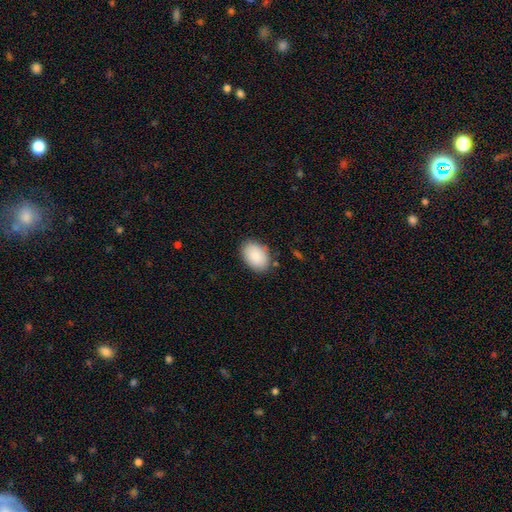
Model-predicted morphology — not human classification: Smooth or featured? smooth (89%)
How rounded? in between (84%)
Merging? none (84%)